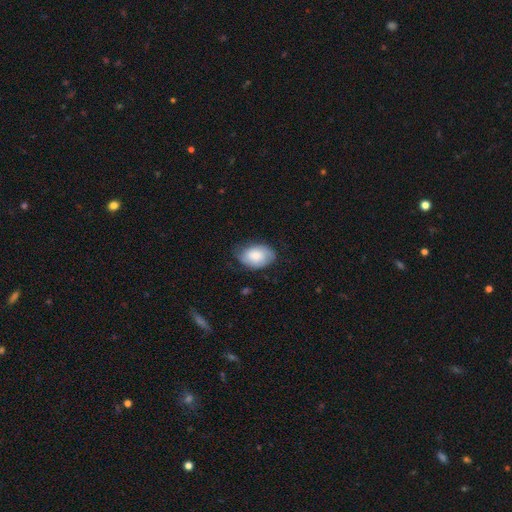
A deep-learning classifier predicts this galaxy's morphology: Smooth or featured?
  - smooth: 68% *
  - featured or disk: 26%
  - star or artifact: 7%
How rounded?
  - in between: 85% *
  - round: 14%
  - cigar-shaped: 1%
Merging?
  - none: 64% *
  - minor disturbance: 28%
  - major disturbance: 7%
  - merger: 1%